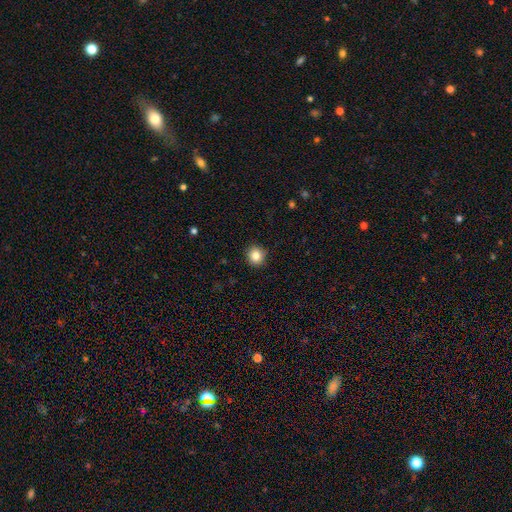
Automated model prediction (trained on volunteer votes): smooth_or_featured: smooth (p=0.84) [alt: star or artifact p=0.10]
how_rounded: round (p=0.91) [alt: in between p=0.08]
merging: none (p=0.91) [alt: minor disturbance p=0.06]